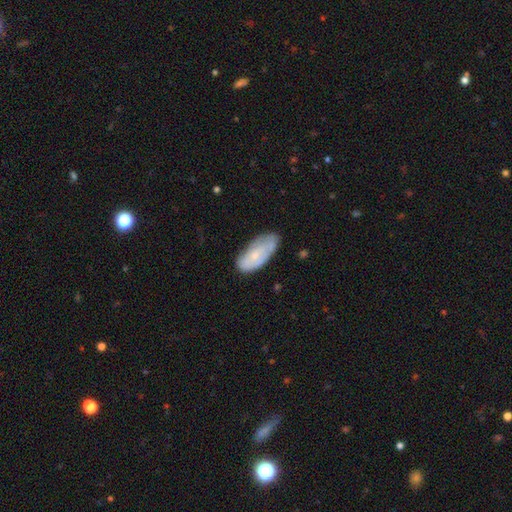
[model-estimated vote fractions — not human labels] Overall: smooth (51%; featured or disk 43%). How rounded: in between (87%). Merging: none (59%; minor disturbance 31%).